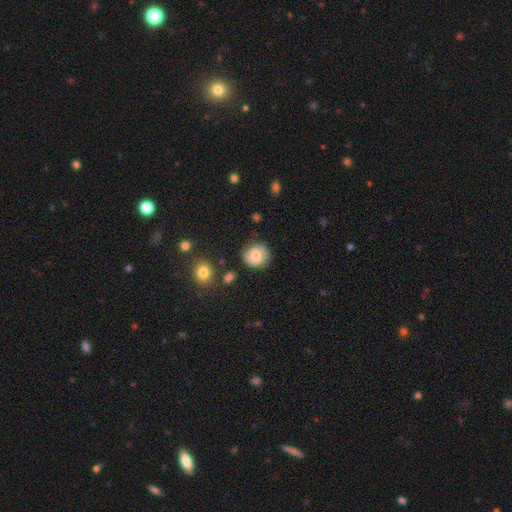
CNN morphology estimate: type=smooth (79%); roundness=round (85%); merging=none (76%).